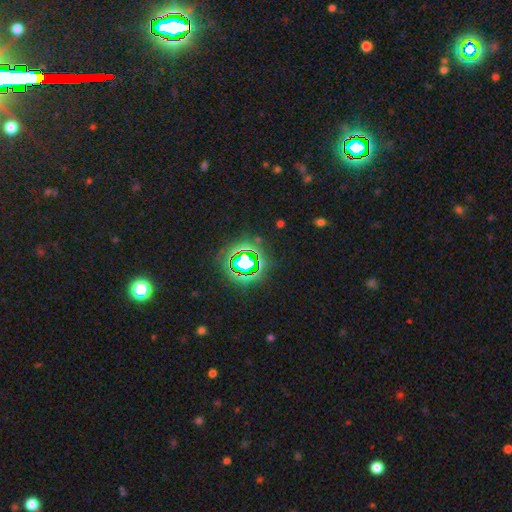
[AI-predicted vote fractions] A star or artifact, not a galaxy (76%).